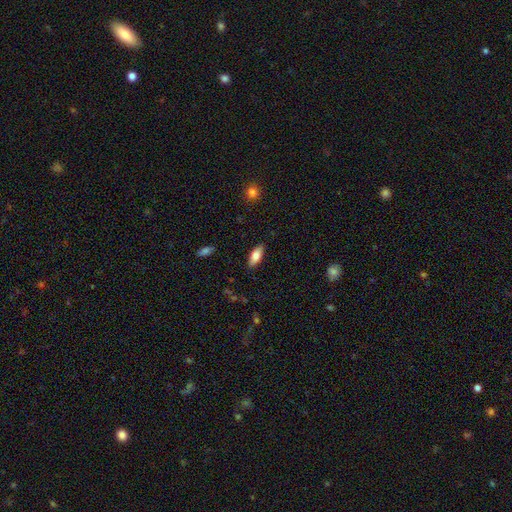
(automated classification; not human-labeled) smooth-or-featured: smooth: 77% | featured or disk: 17% | star or artifact: 6%
  how-rounded: in between: 82% | cigar-shaped: 16% | round: 2%
  merging: none: 88% | minor disturbance: 9% | major disturbance: 2% | merger: 1%